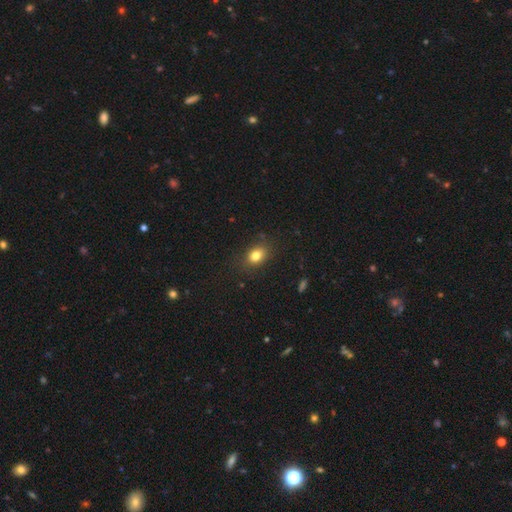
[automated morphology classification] Smooth or featured?
  - smooth: 80% *
  - star or artifact: 12%
  - featured or disk: 8%
How rounded?
  - in between: 67% *
  - round: 32%
  - cigar-shaped: 1%
Merging?
  - none: 82% *
  - minor disturbance: 13%
  - major disturbance: 4%
  - merger: 1%